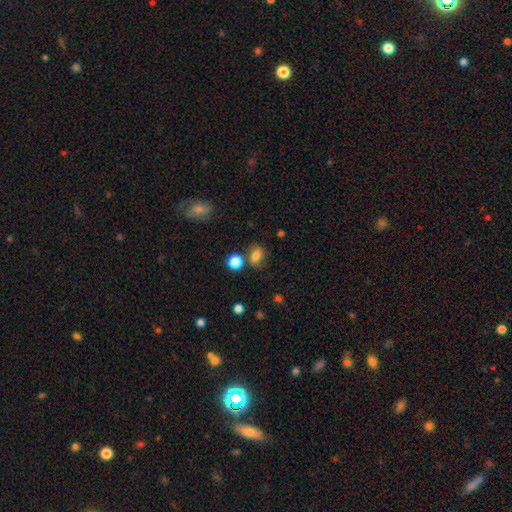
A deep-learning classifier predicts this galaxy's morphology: A smooth galaxy with no disk features (78%) that is in between round and cigar-shaped (52%).

Vote fractions:
- Smooth or featured? smooth: 78% / star or artifact: 13% / featured or disk: 10%
- How rounded? in between: 52% / round: 47% / cigar-shaped: 1%
- Merging? none: 70% / minor disturbance: 16% / merger: 9% / major disturbance: 5%